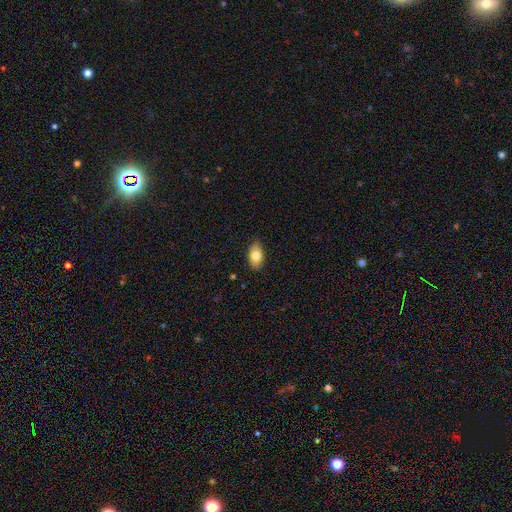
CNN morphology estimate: Smooth or featured? smooth (77%)
How rounded? in between (89%)
Merging? none (84%)